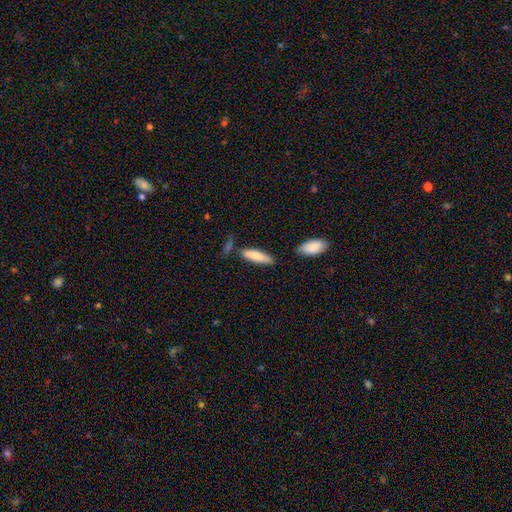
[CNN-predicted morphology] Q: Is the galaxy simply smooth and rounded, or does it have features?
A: smooth — 82%.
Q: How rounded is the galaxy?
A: cigar-shaped — 64%.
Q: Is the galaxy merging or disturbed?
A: none — 66%.